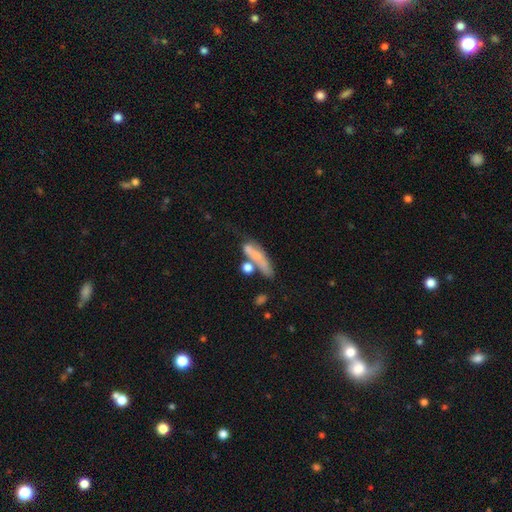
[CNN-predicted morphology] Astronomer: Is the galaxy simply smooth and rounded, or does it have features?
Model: smooth — 60%.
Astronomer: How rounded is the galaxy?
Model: cigar-shaped — 59% (runner-up: in between, 35%).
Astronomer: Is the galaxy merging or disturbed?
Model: none — 33% (runner-up: merger, 28%).